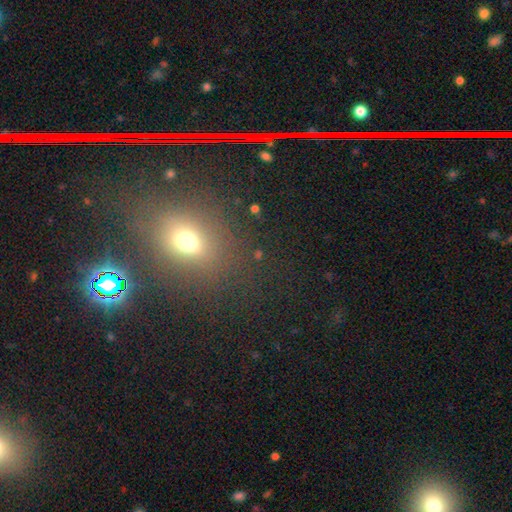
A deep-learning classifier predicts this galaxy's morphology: Overall: star or artifact (45%; smooth 44%).